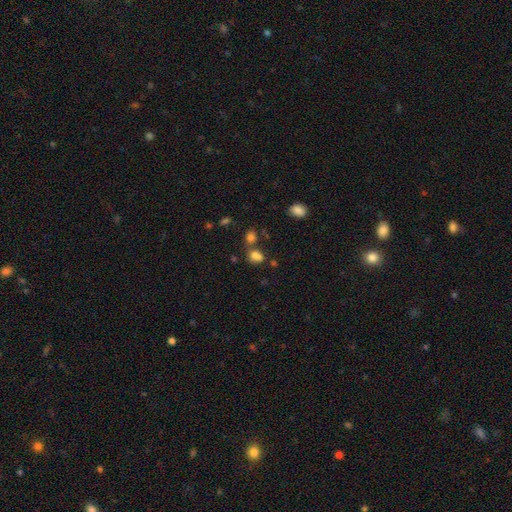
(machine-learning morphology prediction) Overall: smooth (77%). How rounded: in between (56%; round 42%). Merging: none (48%; merger 32%).